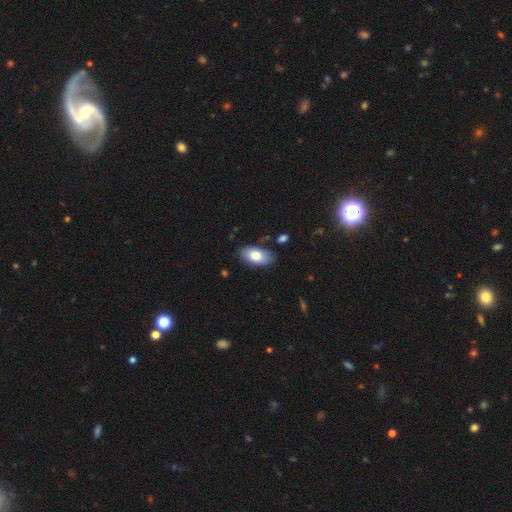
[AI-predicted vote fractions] Smooth or featured?
  - smooth: 77% *
  - featured or disk: 16%
  - star or artifact: 7%
How rounded?
  - in between: 93% *
  - round: 3%
  - cigar-shaped: 3%
Merging?
  - none: 84% *
  - minor disturbance: 11%
  - major disturbance: 2%
  - merger: 2%